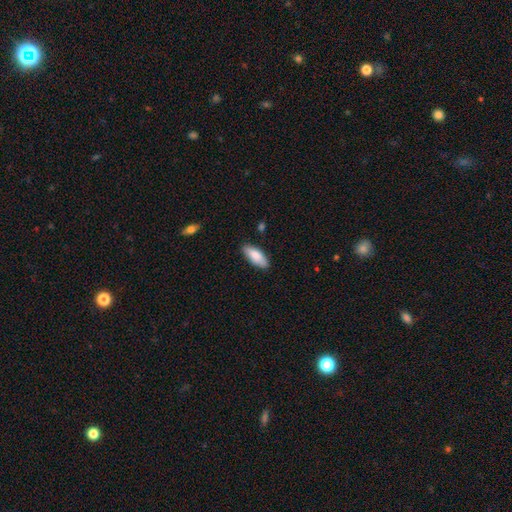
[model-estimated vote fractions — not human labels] Smooth or featured? Predicted: smooth (p=0.84). How rounded? Predicted: in between (p=0.77). Merging? Predicted: none (p=0.83).